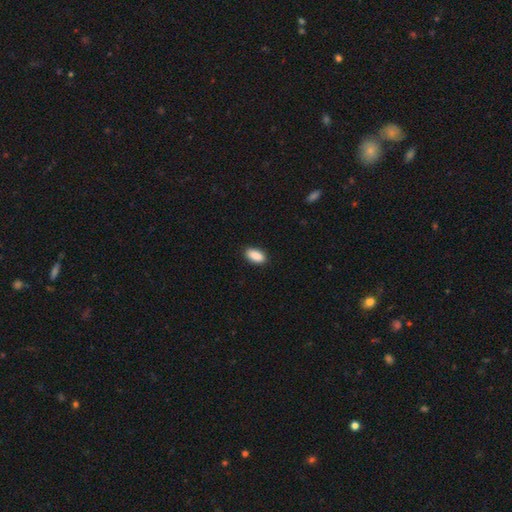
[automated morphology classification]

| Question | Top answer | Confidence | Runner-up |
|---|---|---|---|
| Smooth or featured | smooth | 91% | star or artifact (7%) |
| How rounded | in between | 93% | cigar-shaped (4%) |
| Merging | none | 90% | minor disturbance (8%) |